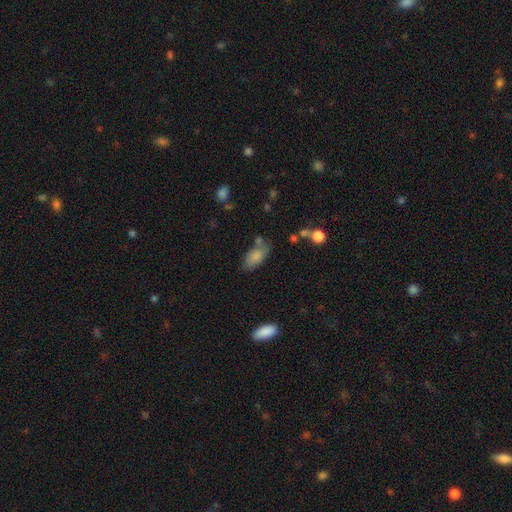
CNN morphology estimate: smooth_or_featured: smooth (p=0.82) [alt: featured or disk p=0.10]
how_rounded: in between (p=0.91) [alt: cigar-shaped p=0.05]
merging: none (p=0.59) [alt: minor disturbance p=0.23]